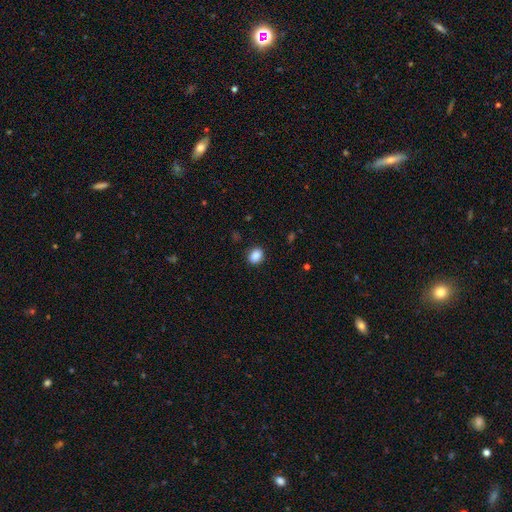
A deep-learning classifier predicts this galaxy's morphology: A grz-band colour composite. It shows a smooth galaxy with no disk features (88%) that is round (52%). Merging: none (88%).